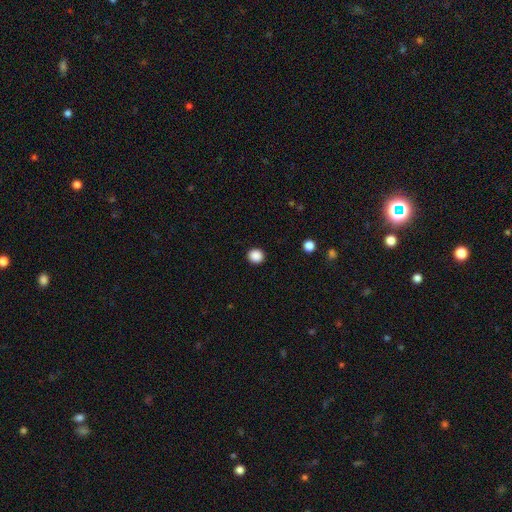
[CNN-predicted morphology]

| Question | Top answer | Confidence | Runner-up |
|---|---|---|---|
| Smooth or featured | smooth | 88% | star or artifact (10%) |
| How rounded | round | 89% | in between (10%) |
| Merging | none | 93% | minor disturbance (5%) |